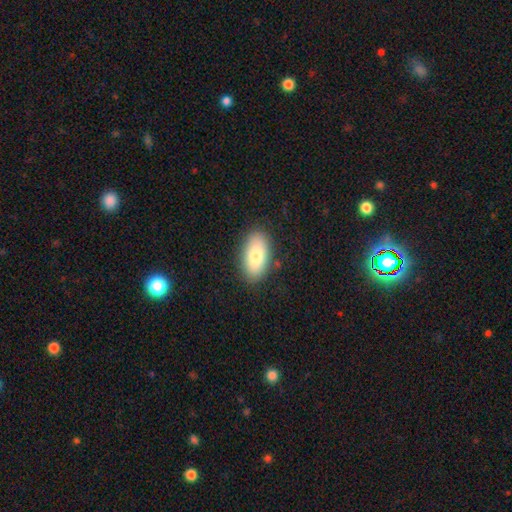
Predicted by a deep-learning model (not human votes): Smooth or featured? Predicted: smooth (p=0.78). How rounded? Predicted: in between (p=0.93). Merging? Predicted: none (p=0.87).